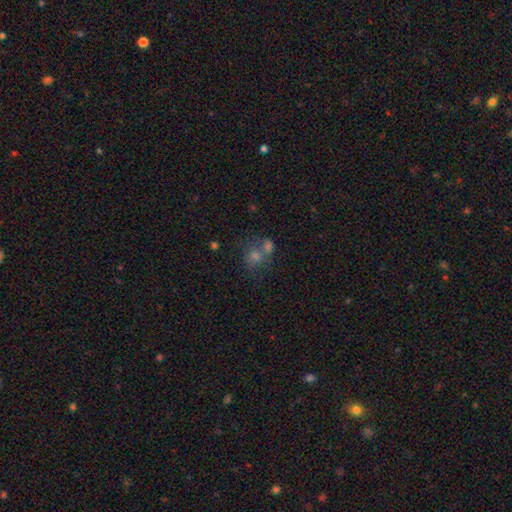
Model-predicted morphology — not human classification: smooth-or-featured: smooth: 51% | star or artifact: 26% | featured or disk: 22%
  how-rounded: round: 72% | in between: 27% | cigar-shaped: 1%
  merging: merger: 44% | none: 40% | minor disturbance: 9% | major disturbance: 7%